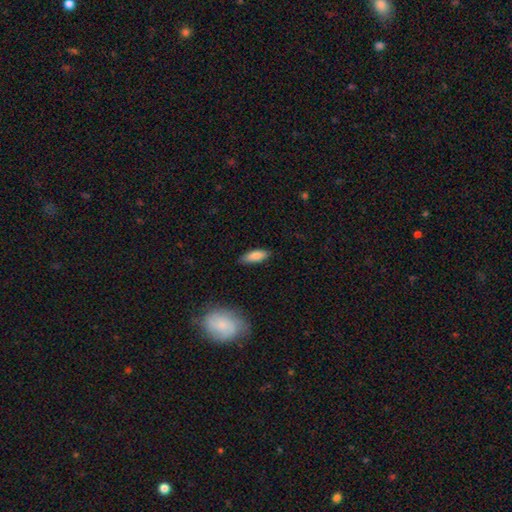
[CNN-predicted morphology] Overall: smooth (83%). How rounded: in between (65%; cigar-shaped 33%). Merging: none (83%).